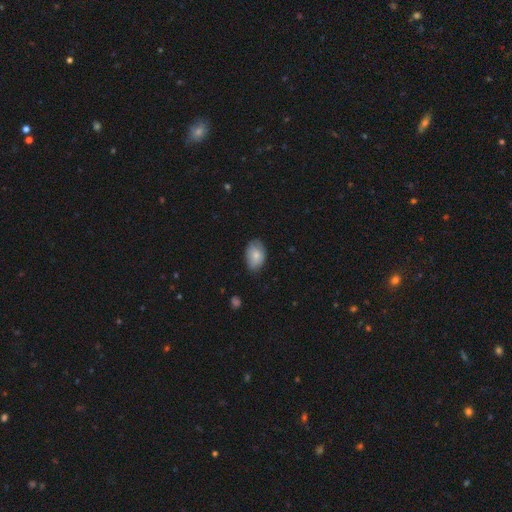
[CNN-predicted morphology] Smooth or featured? smooth (79%)
How rounded? in between (87%)
Merging? none (70%)